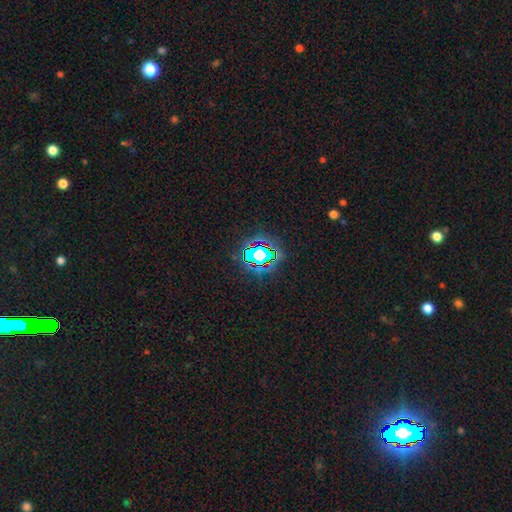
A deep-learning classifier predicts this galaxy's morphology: Q: Smooth or featured?
A: star or artifact (68%); runner-up: smooth (20%)